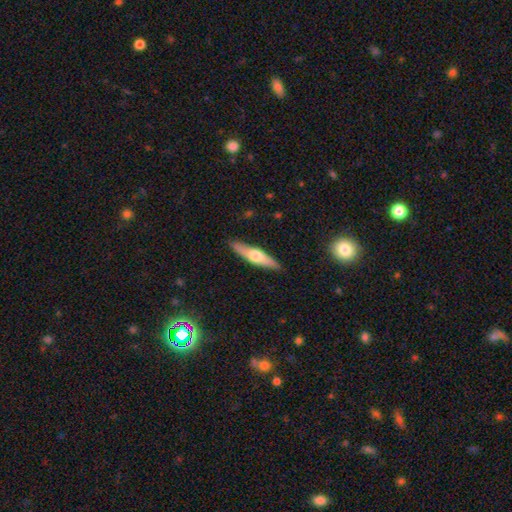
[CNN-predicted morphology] A featured or disk galaxy (51%) viewed edge-on (91%).

Vote fractions:
- Smooth or featured? featured or disk: 51% / smooth: 44% / star or artifact: 5%
- Edge-on disk? yes: 91% / no: 9%
- Merging? none: 88% / minor disturbance: 9% / major disturbance: 2% / merger: 1%